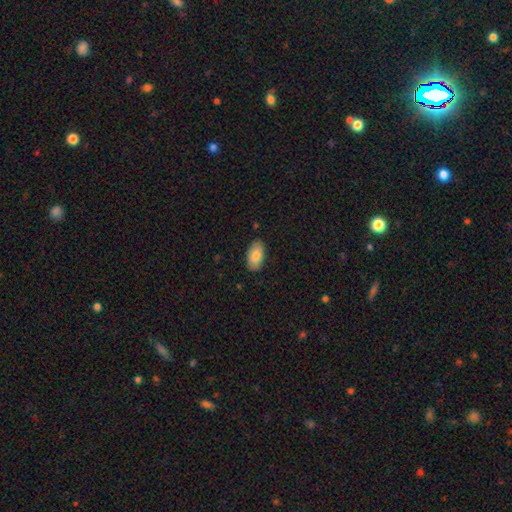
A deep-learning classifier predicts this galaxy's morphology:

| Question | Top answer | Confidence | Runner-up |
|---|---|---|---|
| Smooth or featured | smooth | 81% | featured or disk (13%) |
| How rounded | in between | 95% | round (3%) |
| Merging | none | 87% | minor disturbance (10%) |